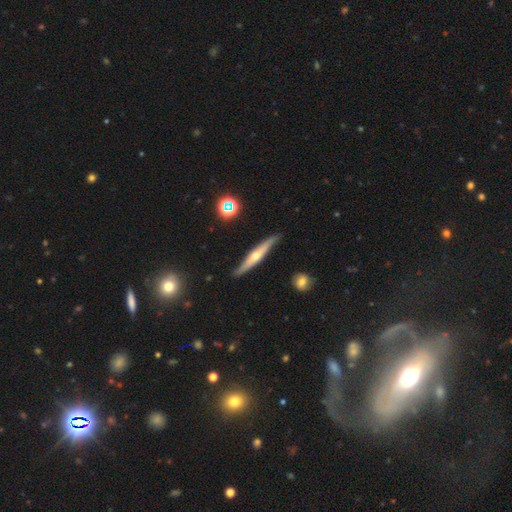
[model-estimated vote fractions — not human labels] Smooth or featured? Predicted: featured or disk (p=0.60). Edge-on disk? Predicted: yes (p=0.93). Edge-on bulge? Predicted: rounded (p=0.81). Merging? Predicted: none (p=0.86).